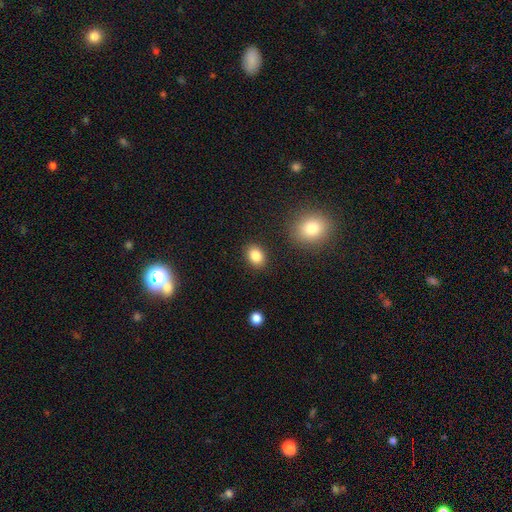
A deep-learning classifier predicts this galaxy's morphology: Smooth or featured? Predicted: smooth (p=0.85). How rounded? Predicted: in between (p=0.64). Merging? Predicted: none (p=0.87).